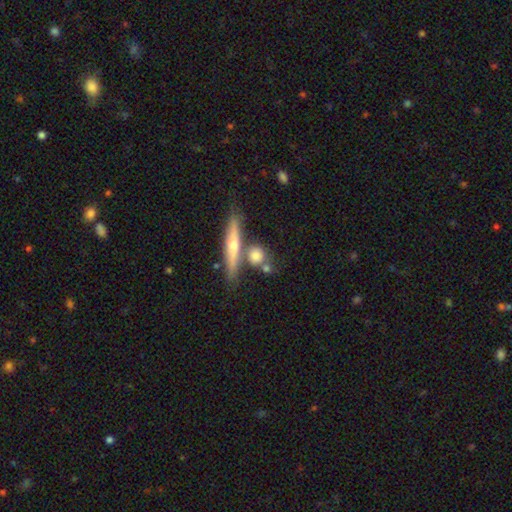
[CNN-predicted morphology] type=smooth (70%); roundness=round (60%); merging=none (64%).